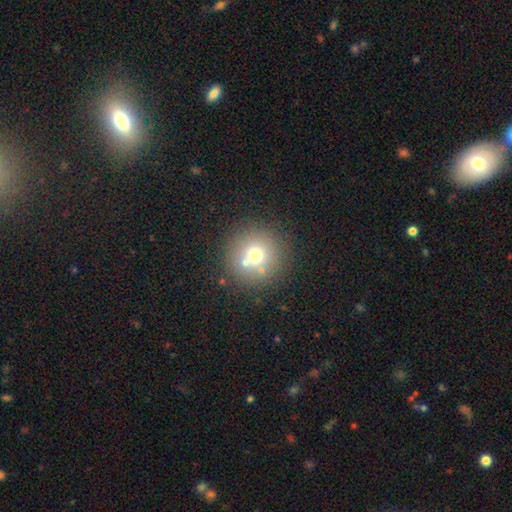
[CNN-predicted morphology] Smooth or featured? Predicted: smooth (p=0.62). How rounded? Predicted: round (p=0.93). Merging? Predicted: none (p=0.74).